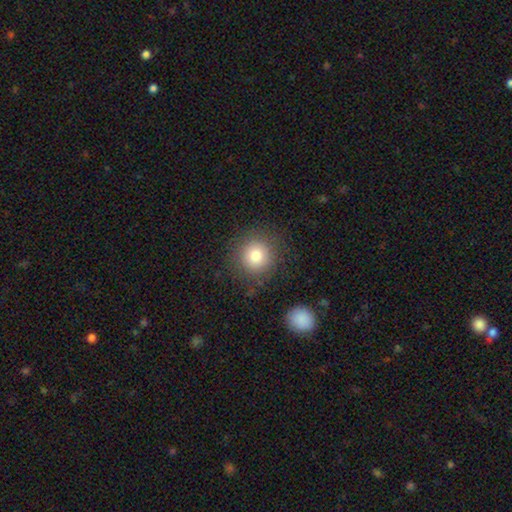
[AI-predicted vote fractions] This appears to be a smooth galaxy with no disk features (81%) that is round (92%). Merging: none (86%).